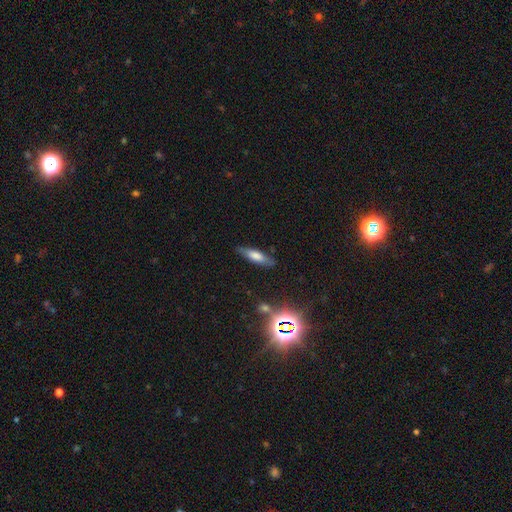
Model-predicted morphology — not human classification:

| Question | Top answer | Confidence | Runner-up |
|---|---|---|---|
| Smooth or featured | smooth | 64% | featured or disk (26%) |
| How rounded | cigar-shaped | 58% | in between (39%) |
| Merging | none | 80% | minor disturbance (15%) |